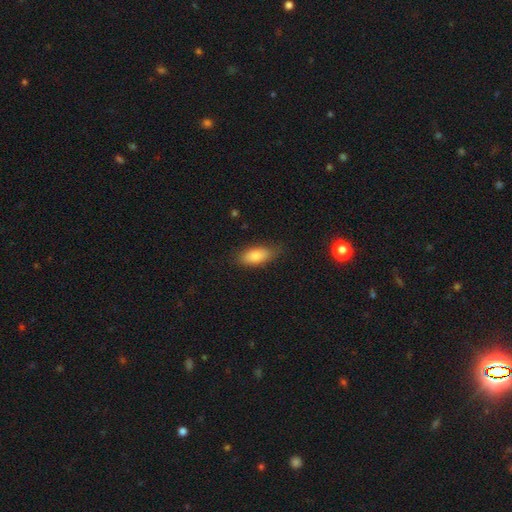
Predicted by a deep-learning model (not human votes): A smooth galaxy with no disk features (82%) that is in between round and cigar-shaped (86%). Merging: none (79%).